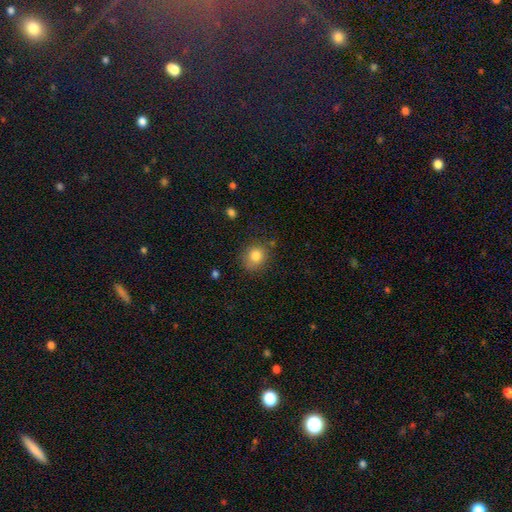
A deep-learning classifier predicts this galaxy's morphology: smooth_or_featured: smooth (p=0.83) [alt: star or artifact p=0.10]
how_rounded: round (p=0.76) [alt: in between p=0.23]
merging: none (p=0.78) [alt: minor disturbance p=0.15]